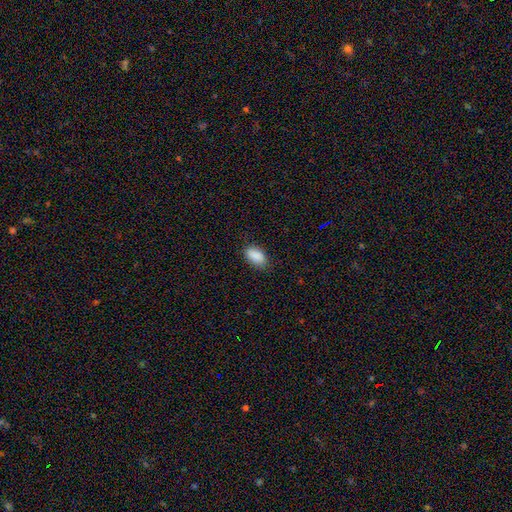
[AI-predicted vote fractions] smooth-or-featured: smooth: 90% | star or artifact: 7% | featured or disk: 3%
  how-rounded: in between: 93% | round: 5% | cigar-shaped: 2%
  merging: none: 82% | minor disturbance: 14% | major disturbance: 3% | merger: 1%